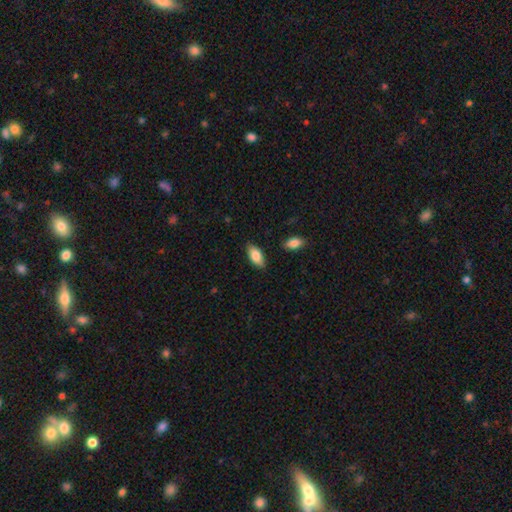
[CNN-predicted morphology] smooth 85%, featured or disk 9%, star or artifact 6%. Down the decision tree: how rounded — in between (91%); merging — none (86%).